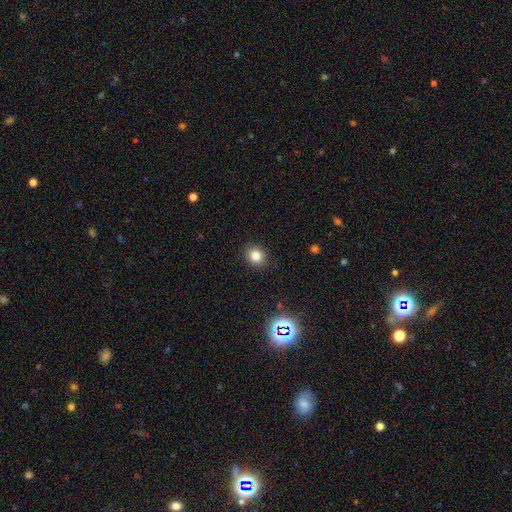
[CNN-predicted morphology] Smooth or featured: smooth — 81% (star or artifact — 13%)
How rounded: round — 72% (in between — 27%)
Merging: none — 90% (minor disturbance — 7%)